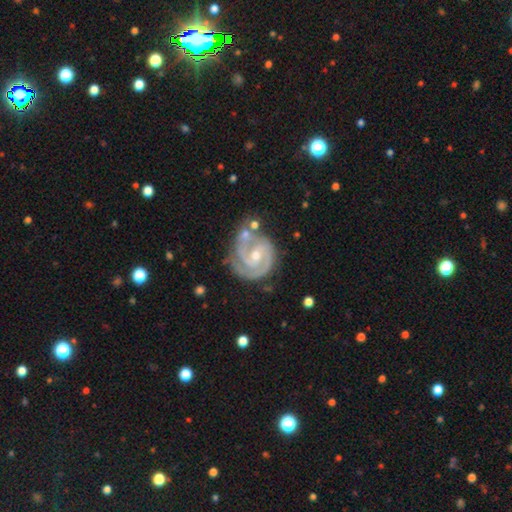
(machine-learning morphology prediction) featured or disk 91%, star or artifact 5%, smooth 4%. Down the decision tree: edge-on disk — no (98%); bar — no (46%); spiral arms — yes (98%); spiral arm count — 2 (70%); spiral winding — tight (65%); bulge size — small (49%); merging — none (60%).